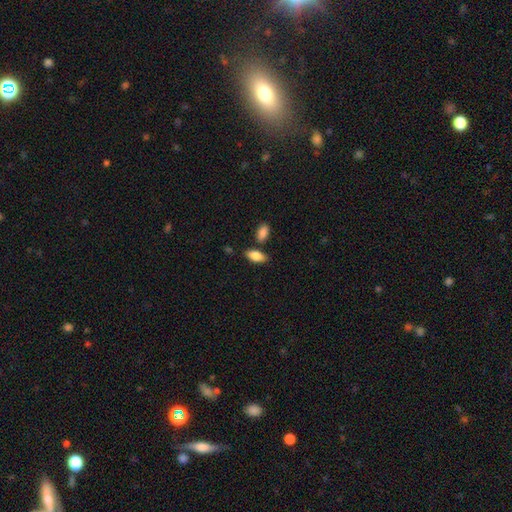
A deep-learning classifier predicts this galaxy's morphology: A smooth galaxy with no disk features (82%) that is in between round and cigar-shaped (87%). Merging: none (75%).